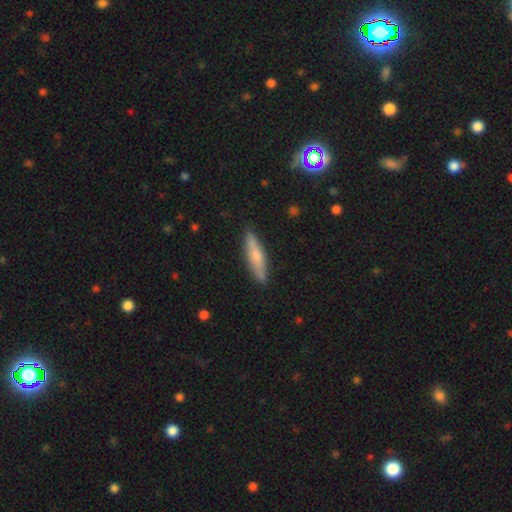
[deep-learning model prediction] Smooth or featured?
  - smooth: 60% *
  - featured or disk: 34%
  - star or artifact: 6%
How rounded?
  - cigar-shaped: 79% *
  - in between: 19%
  - round: 2%
Merging?
  - none: 87% *
  - minor disturbance: 10%
  - major disturbance: 2%
  - merger: 1%